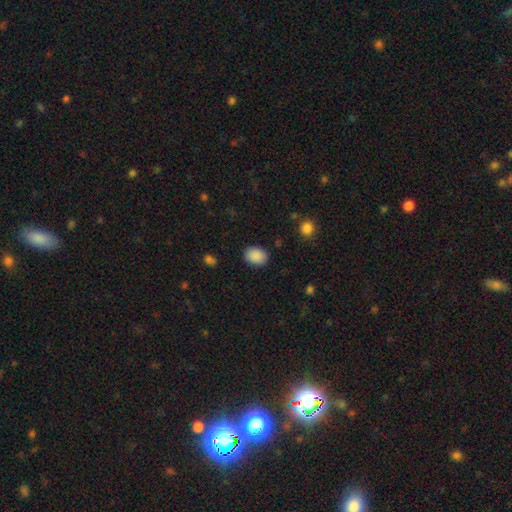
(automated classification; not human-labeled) A smooth galaxy with no disk features (89%) that is in between round and cigar-shaped (58%).

Vote fractions:
- Smooth or featured? smooth: 89% / star or artifact: 8% / featured or disk: 3%
- How rounded? in between: 58% / round: 41% / cigar-shaped: 1%
- Merging? none: 87% / minor disturbance: 9% / major disturbance: 3% / merger: 1%